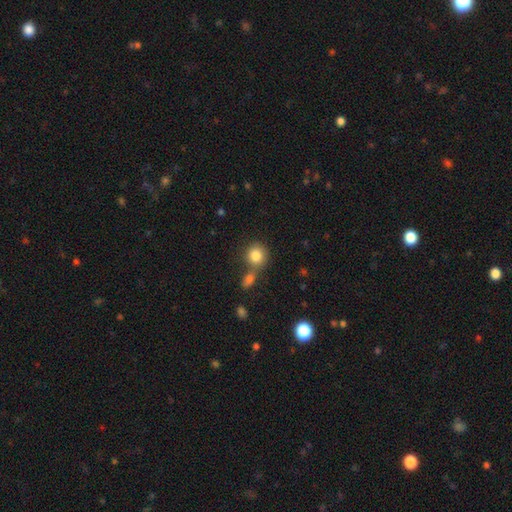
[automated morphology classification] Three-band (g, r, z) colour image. It shows a smooth galaxy with no disk features (84%) that is round (84%). Merging: none (54%).